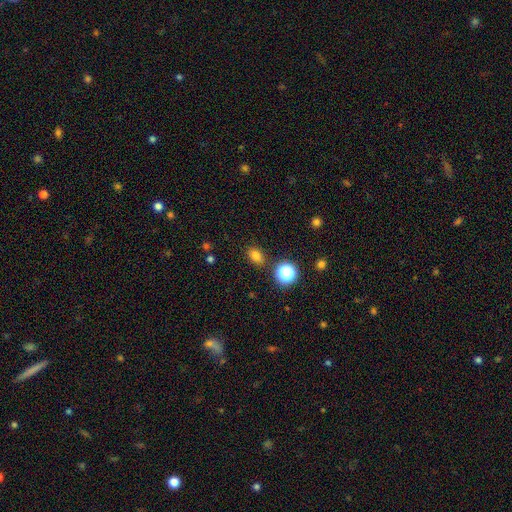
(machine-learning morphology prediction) The model was most divided on "how rounded": in between: 67%, round: 31%, cigar-shaped: 1%. More confident: merging — none (84%); smooth or featured — smooth (78%).